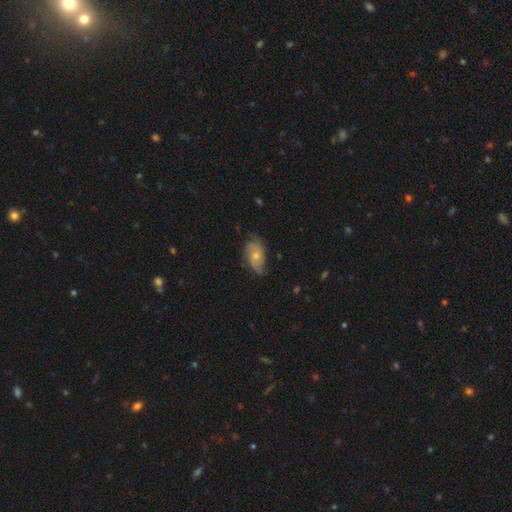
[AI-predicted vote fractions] This is likely a featured or disk galaxy (61%). It is clearly not viewed edge-on (95%). Bar: likely no (74%). Spiral arm pattern: clearly yes (88%). Spiral arm count: possibly 2 (60%). Spiral winding: marginally medium (40%). Central bulge: possibly moderate (47%). Merging: likely none (63%).